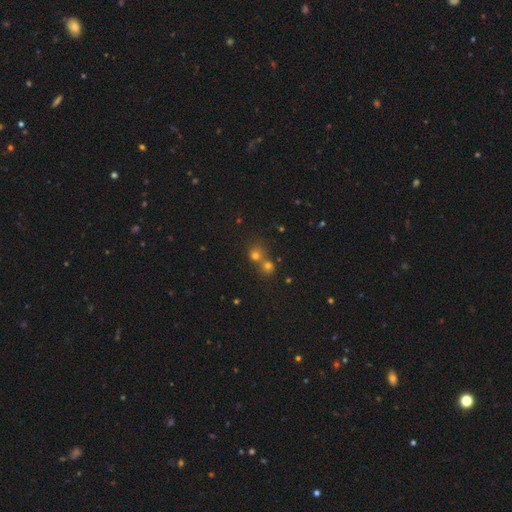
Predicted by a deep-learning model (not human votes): smooth-or-featured: smooth: 56% | star or artifact: 34% | featured or disk: 10%
  how-rounded: round: 86% | in between: 13% | cigar-shaped: 1%
  merging: none: 53% | merger: 39% | minor disturbance: 6% | major disturbance: 3%